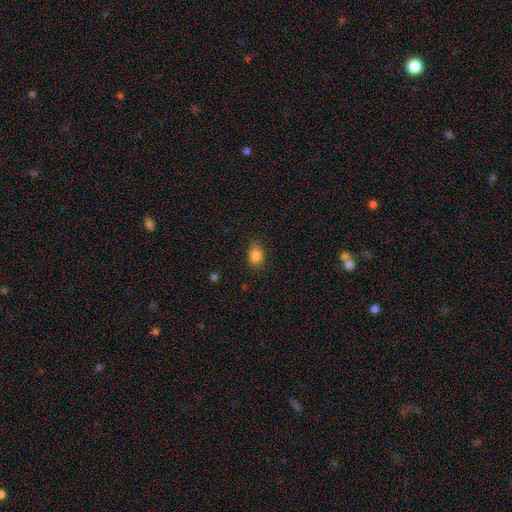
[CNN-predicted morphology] smooth_or_featured: smooth (p=0.84) [alt: star or artifact p=0.11]
how_rounded: in between (p=0.53) [alt: round p=0.46]
merging: none (p=0.80) [alt: minor disturbance p=0.16]